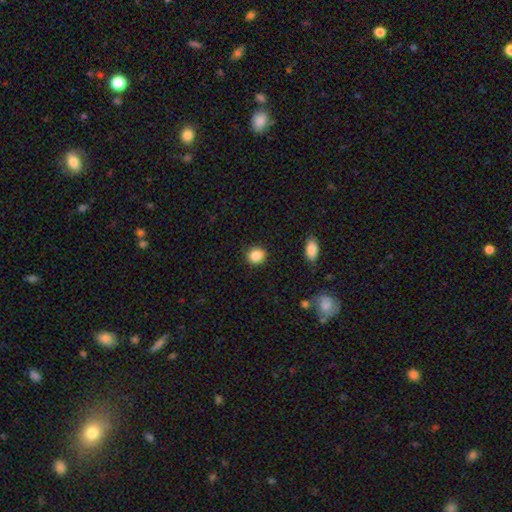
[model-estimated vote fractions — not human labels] A smooth galaxy with no disk features (87%) that is round (77%).

Vote fractions:
- Smooth or featured? smooth: 87% / star or artifact: 9% / featured or disk: 4%
- How rounded? round: 77% / in between: 22% / cigar-shaped: 1%
- Merging? none: 88% / minor disturbance: 9% / major disturbance: 2% / merger: 2%